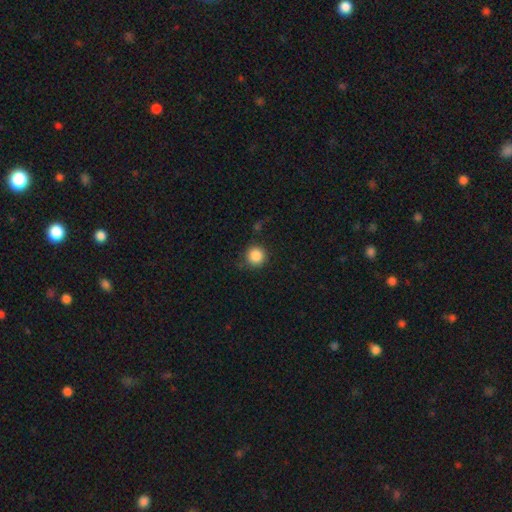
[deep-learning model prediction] This is clearly a smooth galaxy (87%). How rounded: clearly round (95%). Merging: clearly none (84%).